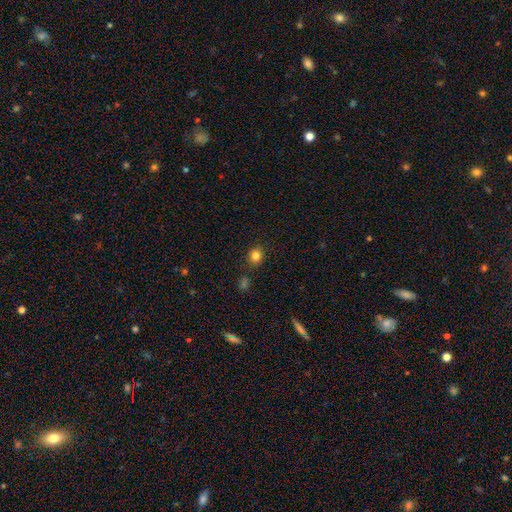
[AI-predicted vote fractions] Overall: smooth (82%). How rounded: round (70%). Merging: none (84%).